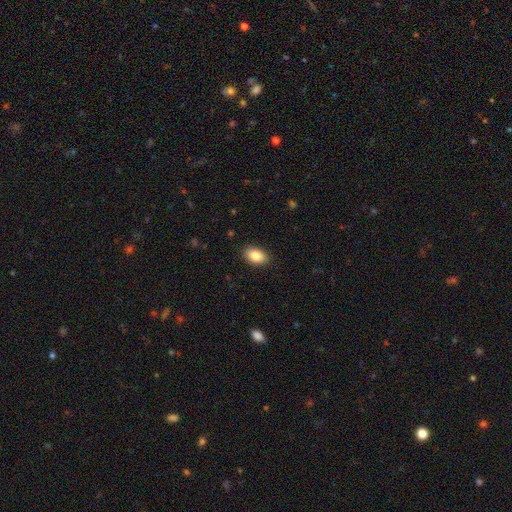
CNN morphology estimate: smooth 85%, star or artifact 8%, featured or disk 7%. Down the decision tree: how rounded — in between (90%); merging — none (88%).